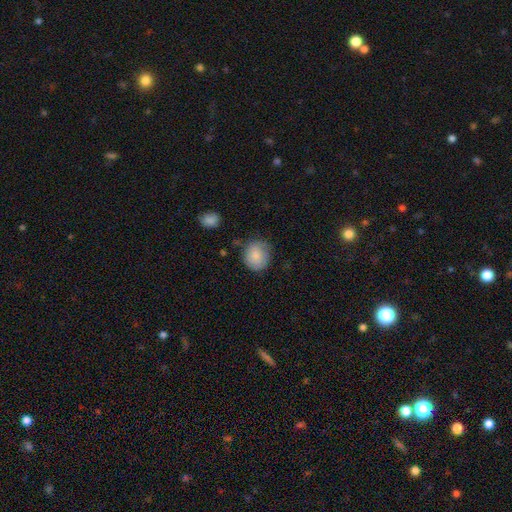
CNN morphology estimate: Q: Smooth or featured?
A: smooth (85%); runner-up: featured or disk (8%)
Q: How rounded?
A: round (75%); runner-up: in between (24%)
Q: Merging?
A: none (71%); runner-up: minor disturbance (22%)